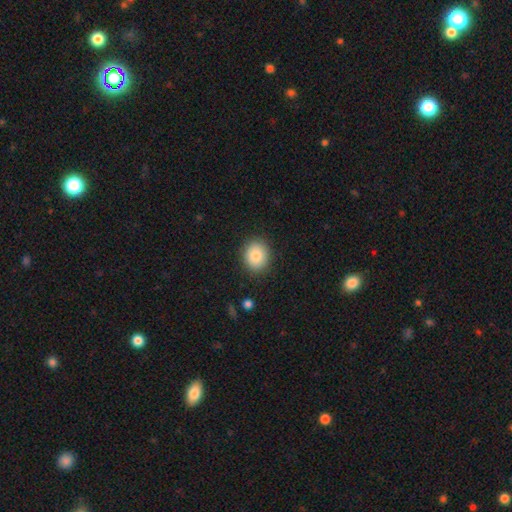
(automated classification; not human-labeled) This is clearly a smooth galaxy (83%). How rounded: likely round (68%). Merging: clearly none (88%).